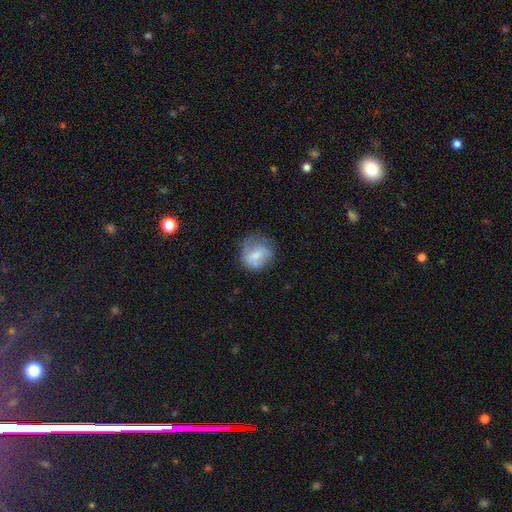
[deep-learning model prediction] Q: Smooth or featured?
A: smooth (65%); runner-up: featured or disk (27%)
Q: How rounded?
A: round (76%); runner-up: in between (23%)
Q: Merging?
A: none (56%); runner-up: minor disturbance (27%)